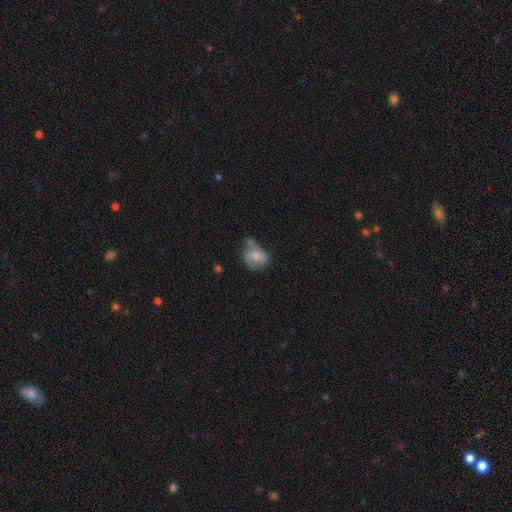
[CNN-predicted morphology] smooth-or-featured: smooth: 60% | featured or disk: 31% | star or artifact: 9%
  how-rounded: in between: 52% | round: 47% | cigar-shaped: 1%
  merging: none: 35% | minor disturbance: 31% | merger: 17% | major disturbance: 17%